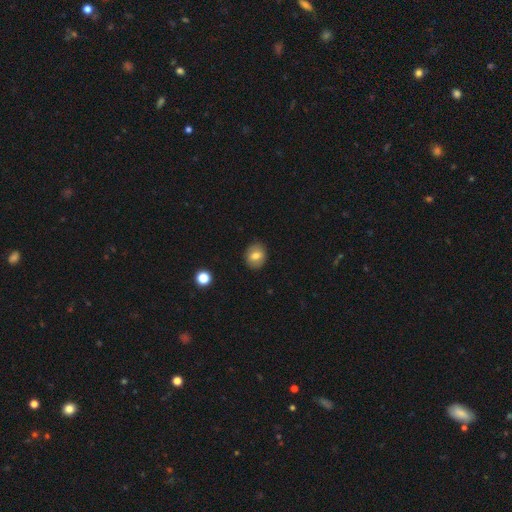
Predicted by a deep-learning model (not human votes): A smooth galaxy with no disk features (75%) that is round (63%).

Vote fractions:
- Smooth or featured? smooth: 75% / featured or disk: 16% / star or artifact: 10%
- How rounded? round: 63% / in between: 36% / cigar-shaped: 1%
- Merging? none: 86% / minor disturbance: 10% / major disturbance: 2% / merger: 1%